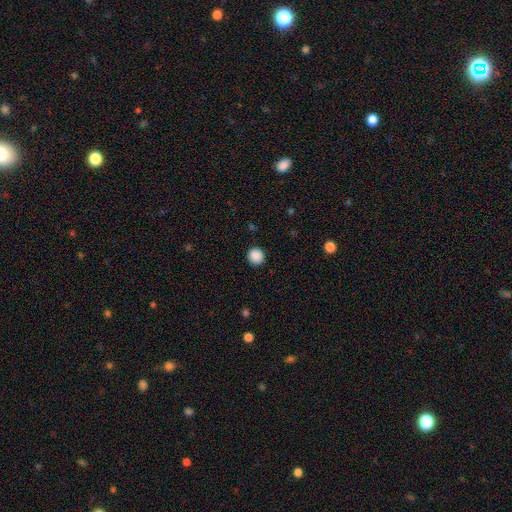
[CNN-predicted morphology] A smooth galaxy with no disk features (89%) that is round (92%). Merging: none (92%).